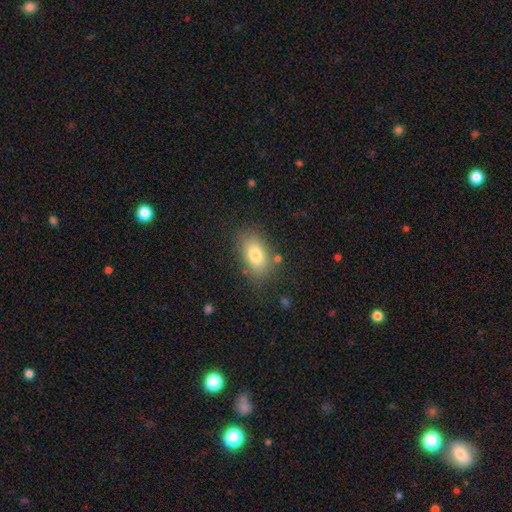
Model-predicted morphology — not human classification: smooth_or_featured: smooth (p=0.75) [alt: star or artifact p=0.14]
how_rounded: in between (p=0.85) [alt: round p=0.13]
merging: none (p=0.83) [alt: minor disturbance p=0.11]